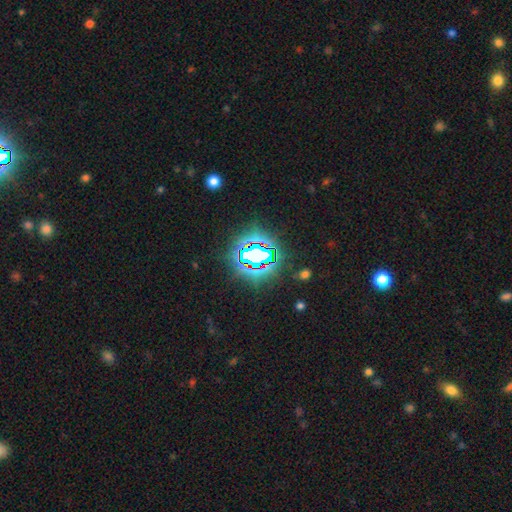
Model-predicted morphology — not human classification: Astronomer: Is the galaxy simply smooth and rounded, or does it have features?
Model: star or artifact — 74%.